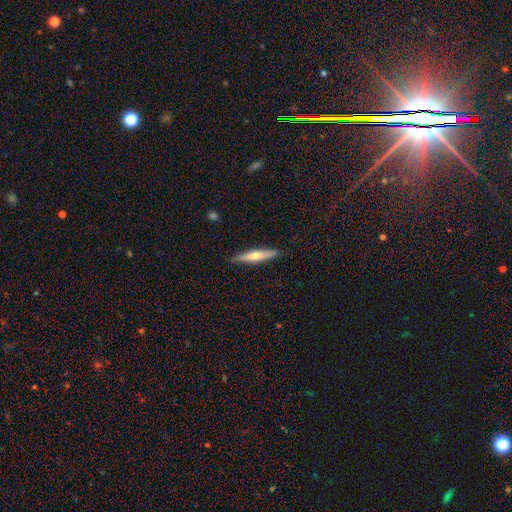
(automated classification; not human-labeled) Smooth or featured?
  - featured or disk: 49% *
  - smooth: 45%
  - star or artifact: 6%
Merging?
  - none: 89% *
  - minor disturbance: 8%
  - major disturbance: 2%
  - merger: 1%